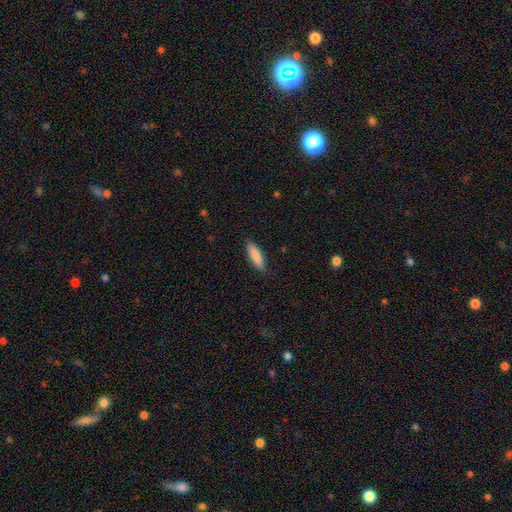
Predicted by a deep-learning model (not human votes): smooth-or-featured: smooth: 86% | featured or disk: 9% | star or artifact: 6%
  how-rounded: cigar-shaped: 61% | in between: 37% | round: 1%
  merging: none: 87% | minor disturbance: 10% | major disturbance: 2% | merger: 1%